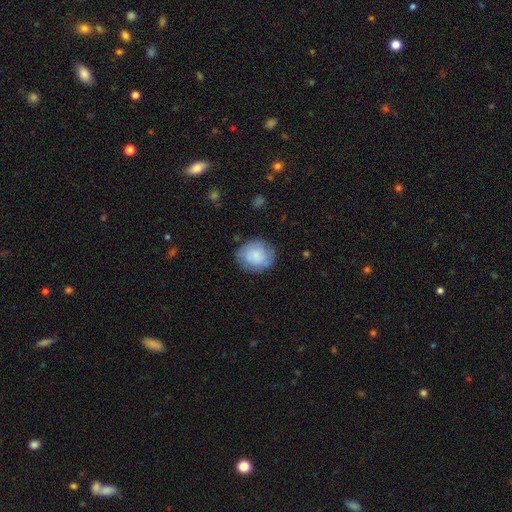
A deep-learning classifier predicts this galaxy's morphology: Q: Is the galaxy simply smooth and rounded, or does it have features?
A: smooth — 77%.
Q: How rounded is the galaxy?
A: round — 69%.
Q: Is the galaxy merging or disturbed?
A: none — 75%.